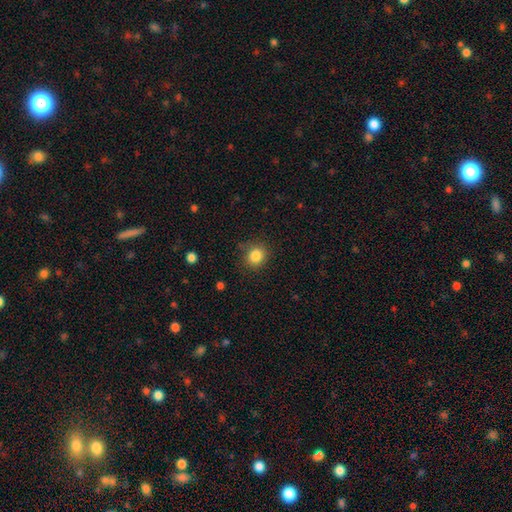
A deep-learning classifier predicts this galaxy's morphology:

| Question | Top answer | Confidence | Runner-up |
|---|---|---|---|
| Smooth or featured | smooth | 85% | star or artifact (11%) |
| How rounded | round | 83% | in between (16%) |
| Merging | none | 84% | minor disturbance (11%) |